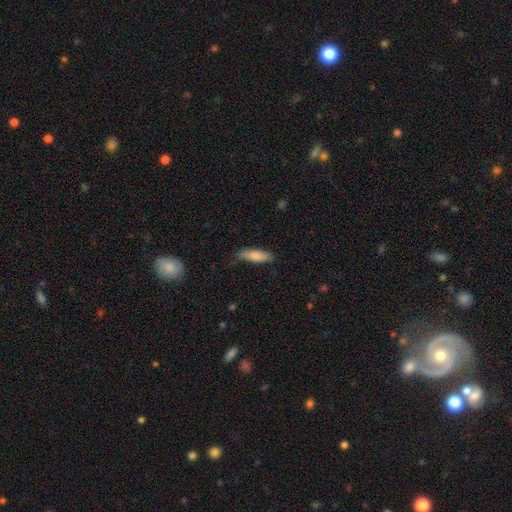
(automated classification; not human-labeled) Morphology: type=smooth (81%); roundness=cigar-shaped (53%); merging=none (74%).